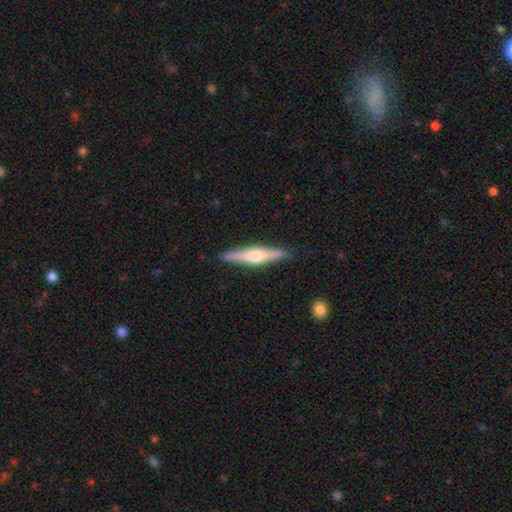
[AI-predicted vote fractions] Smooth or featured: featured or disk — 57% (smooth — 38%)
Edge-on disk: yes — 96% (no — 4%)
Edge-on bulge: rounded — 87% (boxy — 8%)
Merging: none — 89% (minor disturbance — 9%)